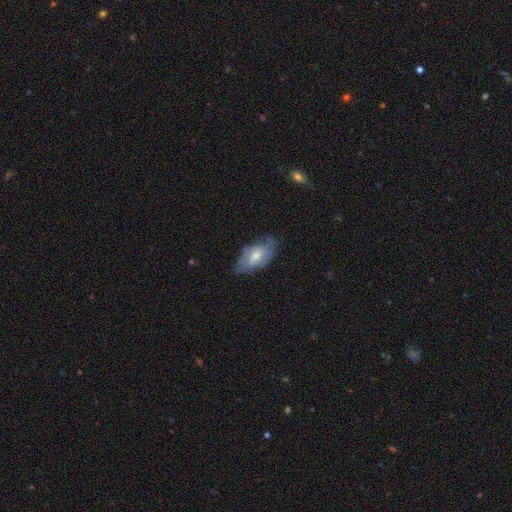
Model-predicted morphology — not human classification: type=smooth (50%); merging=none (58%).